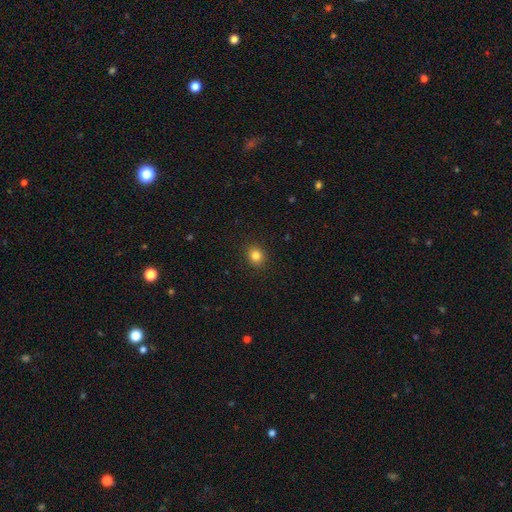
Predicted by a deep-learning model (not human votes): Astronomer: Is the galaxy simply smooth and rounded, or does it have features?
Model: smooth — 83%.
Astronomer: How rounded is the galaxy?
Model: round — 70%.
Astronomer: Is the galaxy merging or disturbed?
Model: none — 91%.